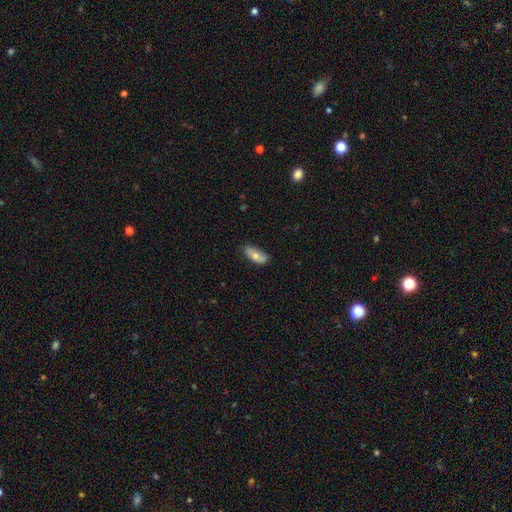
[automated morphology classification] Smooth or featured?
  - smooth: 66% *
  - featured or disk: 28%
  - star or artifact: 6%
How rounded?
  - in between: 84% *
  - cigar-shaped: 14%
  - round: 3%
Merging?
  - none: 71% *
  - minor disturbance: 23%
  - major disturbance: 4%
  - merger: 2%